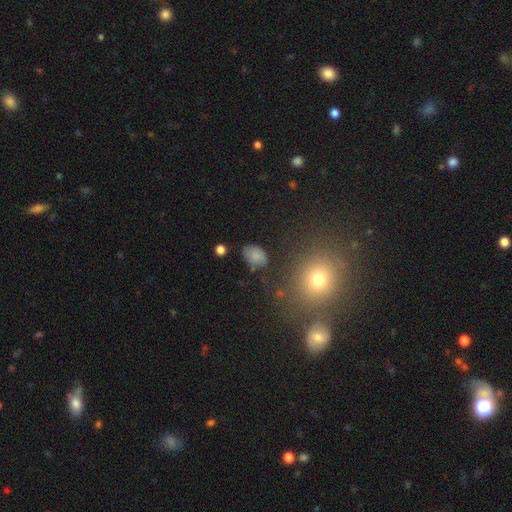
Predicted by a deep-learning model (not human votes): Q: Smooth or featured?
A: smooth (77%); runner-up: star or artifact (12%)
Q: How rounded?
A: in between (81%); runner-up: round (17%)
Q: Merging?
A: none (64%); runner-up: minor disturbance (24%)